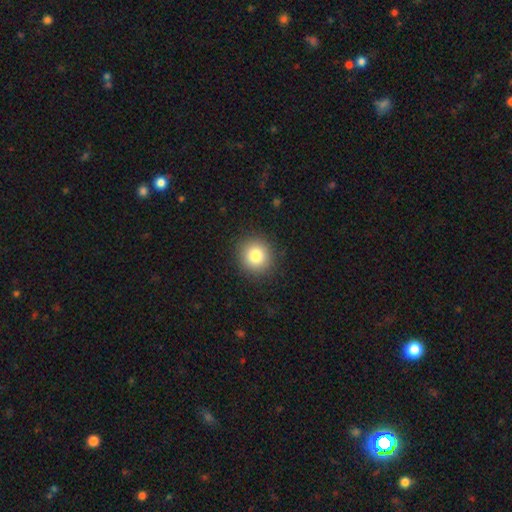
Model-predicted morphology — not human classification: The model was most divided on "smooth or featured": smooth: 82%, star or artifact: 11%, featured or disk: 8%. More confident: how rounded — round (91%); merging — none (91%).